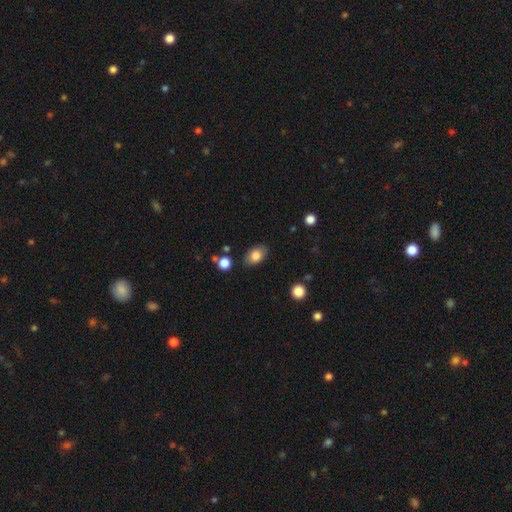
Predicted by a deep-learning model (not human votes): A smooth galaxy with no disk features (82%) that is in between round and cigar-shaped (83%). Merging: none (81%).